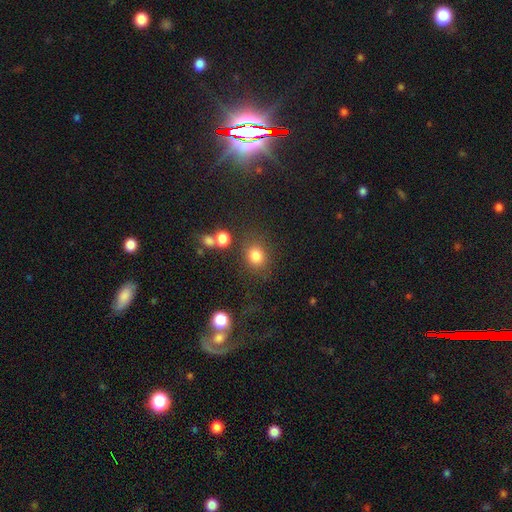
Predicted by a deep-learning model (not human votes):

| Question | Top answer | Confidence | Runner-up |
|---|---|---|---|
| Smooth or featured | smooth | 80% | star or artifact (13%) |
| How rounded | round | 76% | in between (23%) |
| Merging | none | 77% | minor disturbance (11%) |